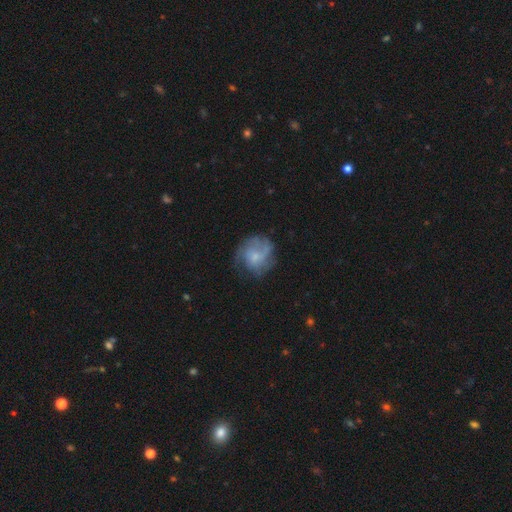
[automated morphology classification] smooth_or_featured: featured or disk (p=0.48) [alt: smooth p=0.43]
merging: none (p=0.60) [alt: minor disturbance p=0.23]